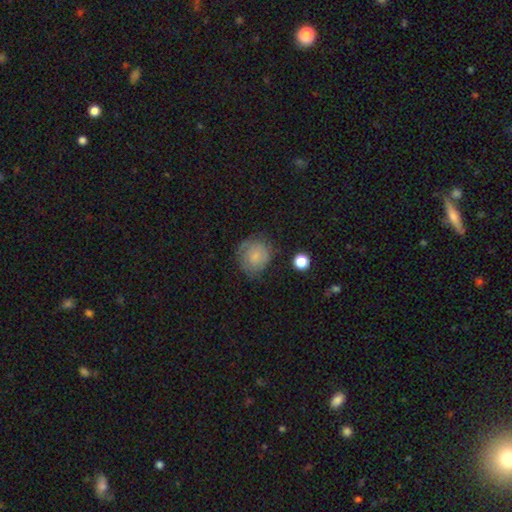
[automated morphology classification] type=smooth (62%); roundness=round (80%); merging=none (63%).